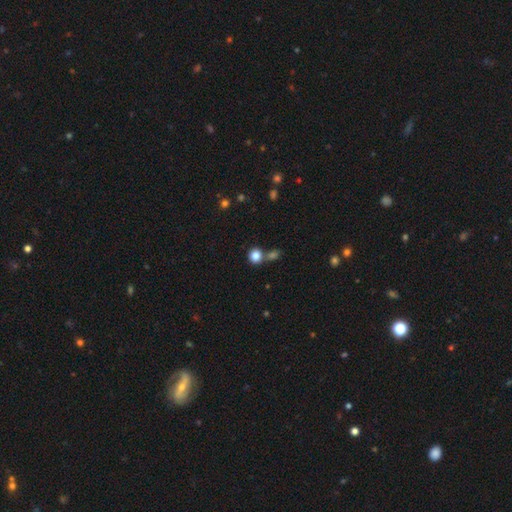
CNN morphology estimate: Smooth or featured?
  - smooth: 83% *
  - star or artifact: 11%
  - featured or disk: 6%
How rounded?
  - round: 83% *
  - in between: 16%
  - cigar-shaped: 1%
Merging?
  - none: 60% *
  - merger: 27%
  - minor disturbance: 9%
  - major disturbance: 4%